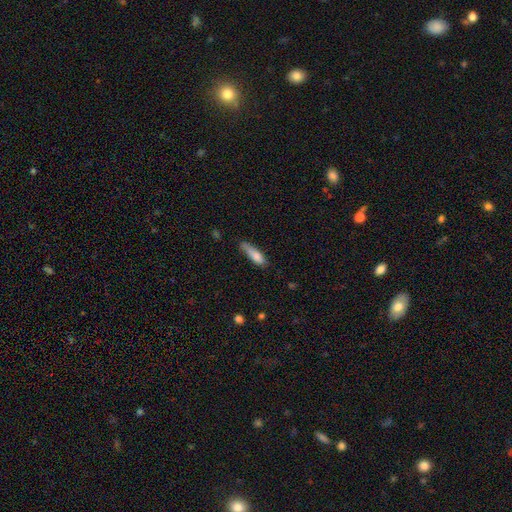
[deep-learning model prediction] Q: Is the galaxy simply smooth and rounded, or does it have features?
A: smooth — 80%.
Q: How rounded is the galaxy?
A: cigar-shaped — 61%.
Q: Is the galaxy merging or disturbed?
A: none — 48%.